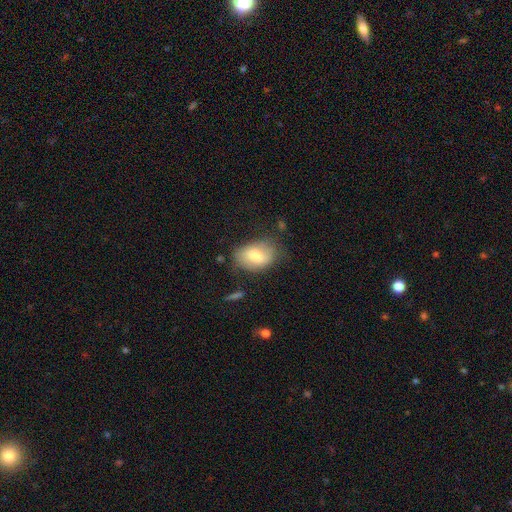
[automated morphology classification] A smooth galaxy with no disk features (71%) that is in between round and cigar-shaped (83%).

Vote fractions:
- Smooth or featured? smooth: 71% / featured or disk: 22% / star or artifact: 8%
- How rounded? in between: 83% / round: 16% / cigar-shaped: 1%
- Merging? none: 67% / minor disturbance: 24% / major disturbance: 7% / merger: 2%